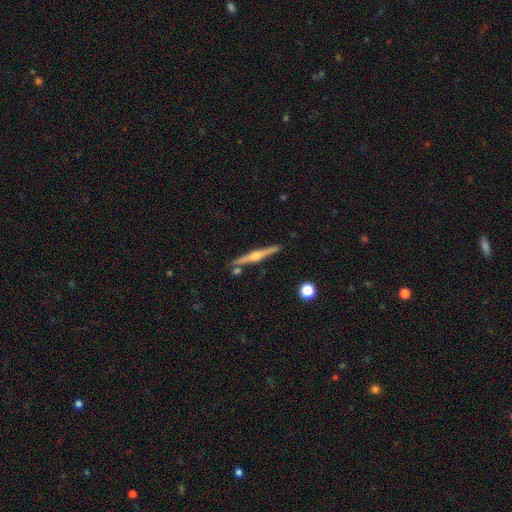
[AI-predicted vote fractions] smooth_or_featured: featured or disk (p=0.79) [alt: smooth p=0.16]
disk_edge_on: yes (p=0.98) [alt: no p=0.02]
edge_on_bulge: rounded (p=0.93) [alt: boxy p=0.04]
merging: none (p=0.87) [alt: minor disturbance p=0.07]